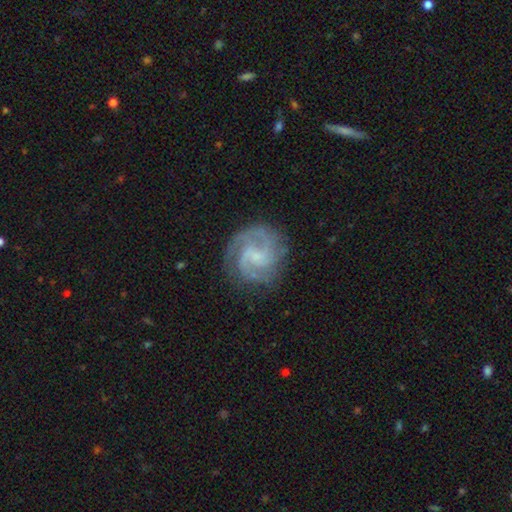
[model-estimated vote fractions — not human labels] Smooth or featured? featured or disk (87%)
Edge-on disk? no (98%)
Bar? weak (47%)
Spiral arms? yes (97%)
Spiral winding? medium (46%)
Spiral arm count? 2 (44%)
Bulge size? small (61%)
Merging? none (78%)